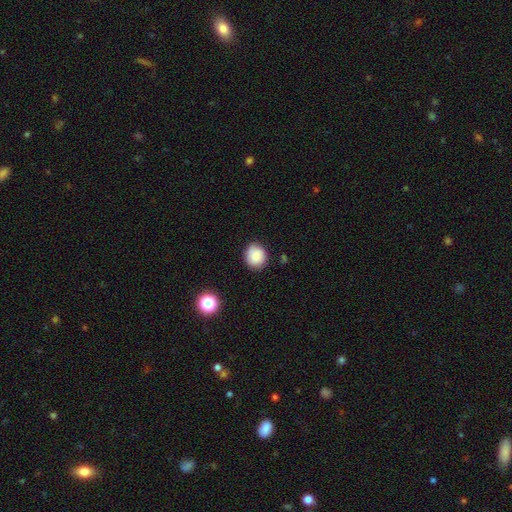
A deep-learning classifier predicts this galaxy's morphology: Overall: smooth (84%). How rounded: round (83%). Merging: none (84%).